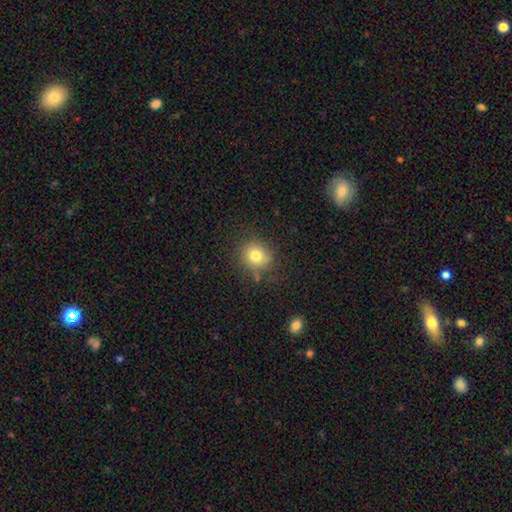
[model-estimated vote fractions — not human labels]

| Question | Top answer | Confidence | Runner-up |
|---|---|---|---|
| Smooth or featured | smooth | 79% | star or artifact (12%) |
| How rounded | round | 85% | in between (14%) |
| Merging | none | 80% | minor disturbance (14%) |